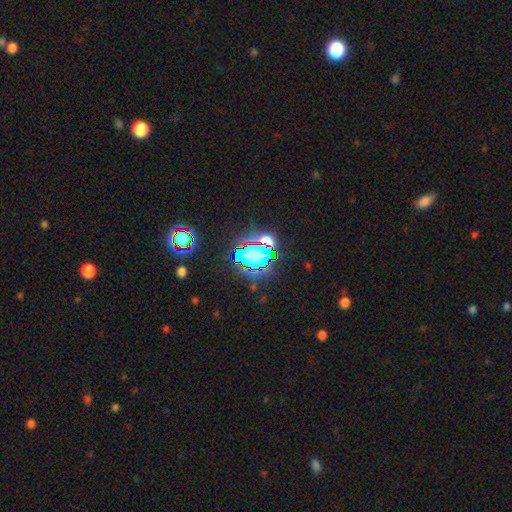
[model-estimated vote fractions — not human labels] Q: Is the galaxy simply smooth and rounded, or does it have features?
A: star or artifact — 61%.